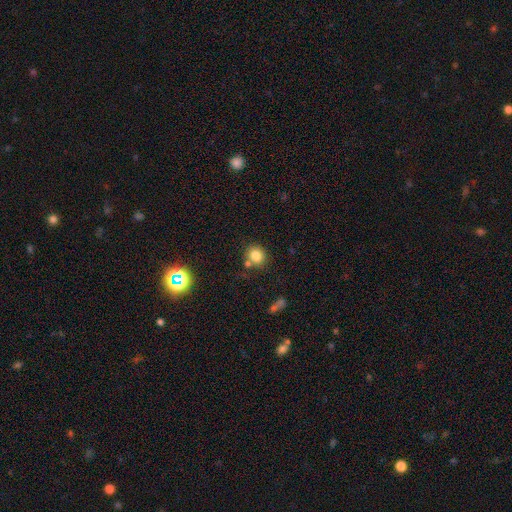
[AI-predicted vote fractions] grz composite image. It shows a smooth galaxy with no disk features (81%) that is round (80%). Merging: none (72%).